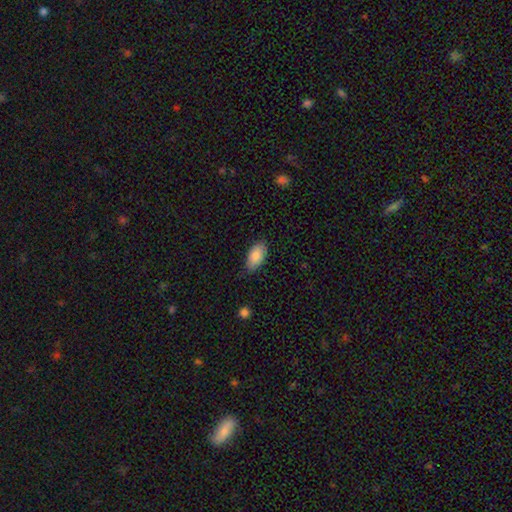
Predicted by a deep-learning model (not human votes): smooth_or_featured: smooth (p=0.85) [alt: featured or disk p=0.08]
how_rounded: in between (p=0.94) [alt: cigar-shaped p=0.04]
merging: none (p=0.80) [alt: minor disturbance p=0.16]